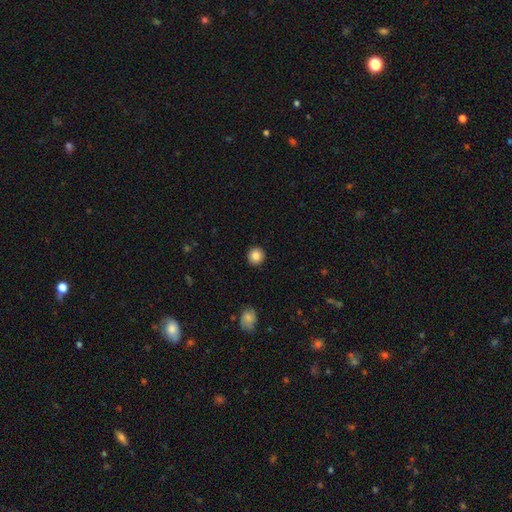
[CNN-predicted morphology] This is clearly a smooth galaxy (85%). How rounded: clearly round (94%). Merging: clearly none (93%).